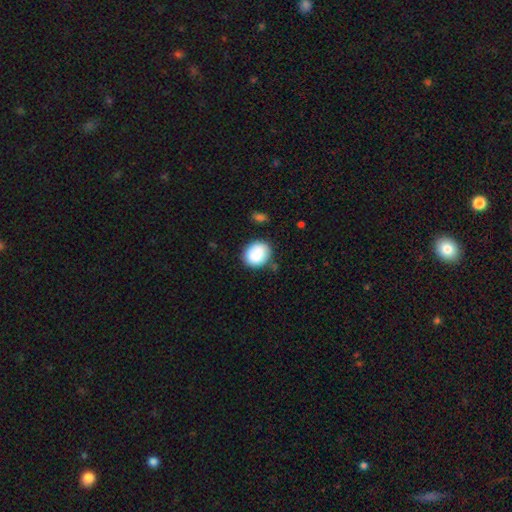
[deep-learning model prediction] A smooth galaxy with no disk features (85%) that is round (57%). Merging: none (74%).